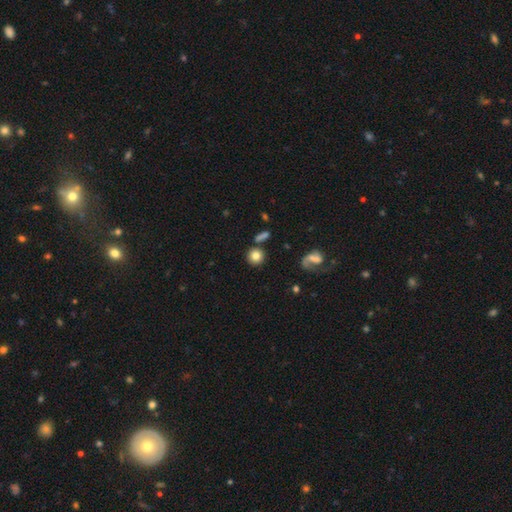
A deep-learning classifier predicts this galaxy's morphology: Smooth or featured? smooth (78%)
How rounded? round (92%)
Merging? none (79%)